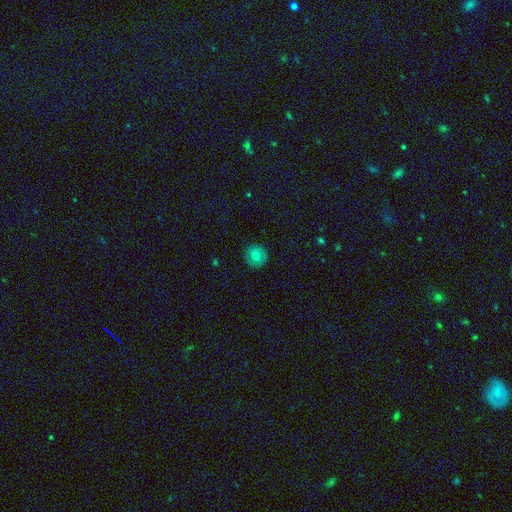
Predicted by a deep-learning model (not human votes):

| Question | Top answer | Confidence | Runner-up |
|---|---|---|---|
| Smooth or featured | smooth | 71% | featured or disk (20%) |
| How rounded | round | 91% | in between (8%) |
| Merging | none | 88% | minor disturbance (9%) |